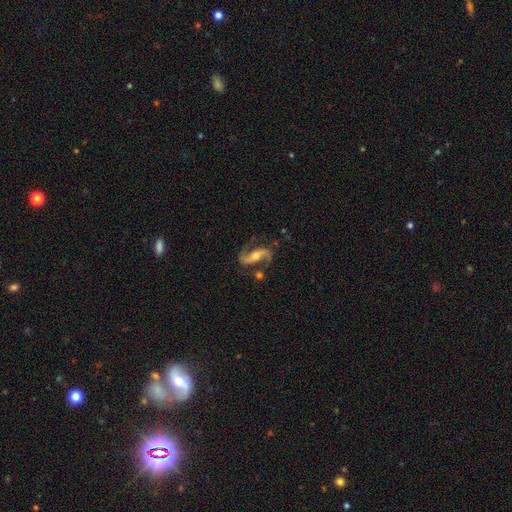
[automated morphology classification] smooth-or-featured: featured or disk: 89% | smooth: 6% | star or artifact: 5%
  disk-edge-on: no: 96% | yes: 4%
    bar: strong: 35% | weak: 33% | no: 32%
    has-spiral-arms: yes: 97% | no: 3%
      spiral-winding: loose: 52% | medium: 38% | tight: 9%
      spiral-arm-count: 2: 93% | 1: 2% | can't tell: 2% | 3: 1% | 4: 1% | more than 4: 1%
    bulge-size: moderate: 60% | small: 29% | large: 7% | none: 3% | dominant: 1%
  merging: none: 73% | minor disturbance: 14% | major disturbance: 7% | merger: 5%